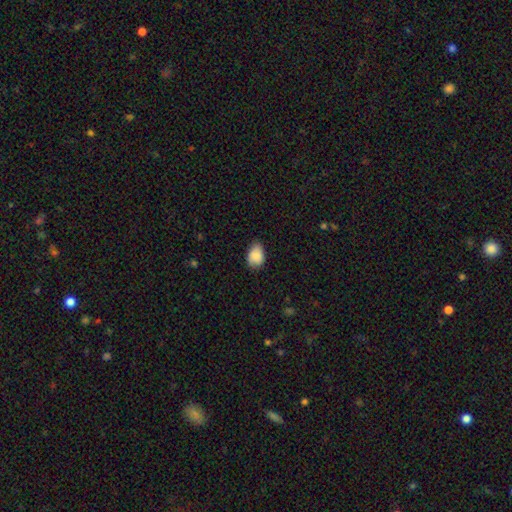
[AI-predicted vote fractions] Smooth or featured?
  - smooth: 86% *
  - star or artifact: 7%
  - featured or disk: 7%
How rounded?
  - in between: 77% *
  - round: 22%
  - cigar-shaped: 1%
Merging?
  - none: 63% *
  - minor disturbance: 30%
  - major disturbance: 5%
  - merger: 1%